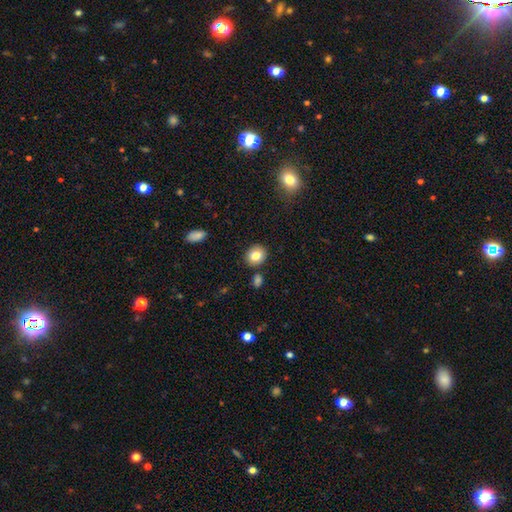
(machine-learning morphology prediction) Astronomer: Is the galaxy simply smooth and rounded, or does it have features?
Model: smooth — 82%.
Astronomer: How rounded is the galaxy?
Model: round — 76%.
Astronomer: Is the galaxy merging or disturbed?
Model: none — 85%.